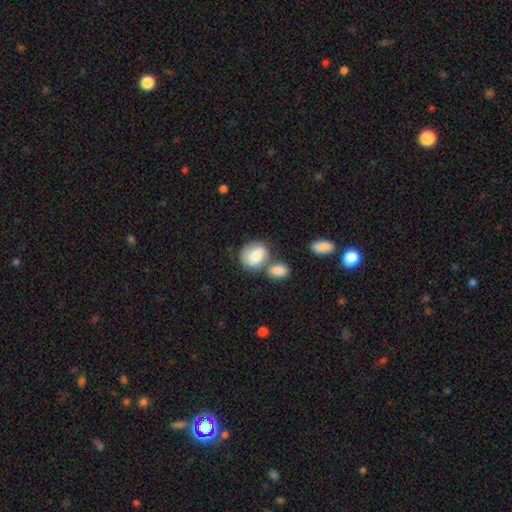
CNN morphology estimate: The model was most divided on "merging": none: 41%, merger: 37%, minor disturbance: 16%, major disturbance: 6%. More confident: smooth or featured — smooth (78%); how rounded — round (58%).